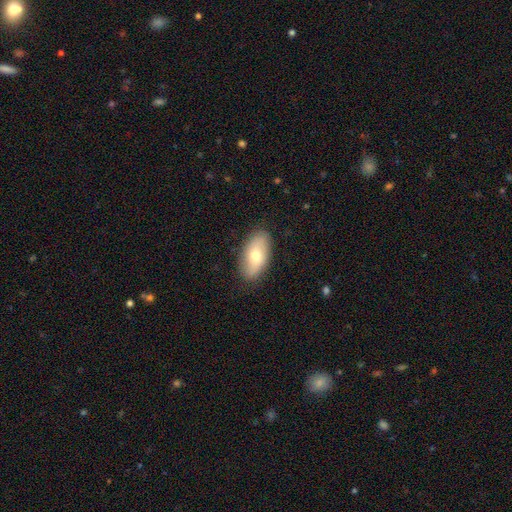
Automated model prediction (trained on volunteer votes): Smooth or featured?
  - smooth: 66% *
  - featured or disk: 28%
  - star or artifact: 6%
How rounded?
  - in between: 93% *
  - round: 4%
  - cigar-shaped: 4%
Merging?
  - none: 86% *
  - minor disturbance: 10%
  - major disturbance: 2%
  - merger: 1%